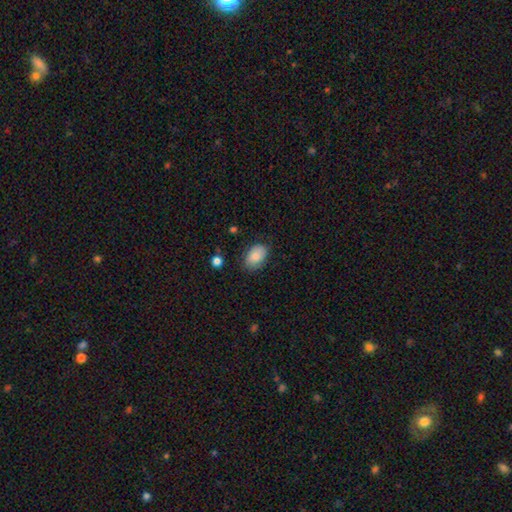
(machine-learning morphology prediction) Q: Smooth or featured?
A: smooth (86%); runner-up: featured or disk (7%)
Q: How rounded?
A: in between (88%); runner-up: round (11%)
Q: Merging?
A: none (78%); runner-up: minor disturbance (17%)